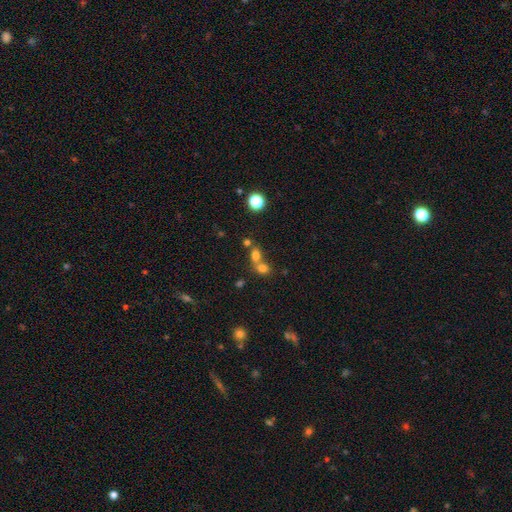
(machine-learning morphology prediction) This is likely a smooth galaxy (71%). How rounded: possibly round (53%). Merging: possibly merger (55%).